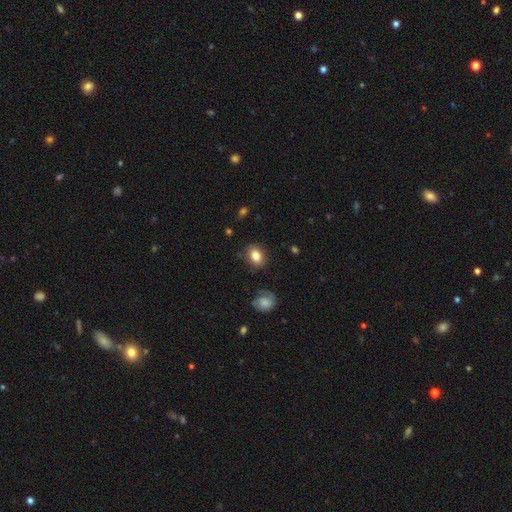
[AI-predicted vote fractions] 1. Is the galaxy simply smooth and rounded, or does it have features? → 83% smooth, 9% featured or disk, 8% star or artifact.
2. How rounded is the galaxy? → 65% in between, 34% round, 1% cigar-shaped.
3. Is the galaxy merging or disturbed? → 81% none, 14% minor disturbance, 4% major disturbance, 2% merger.